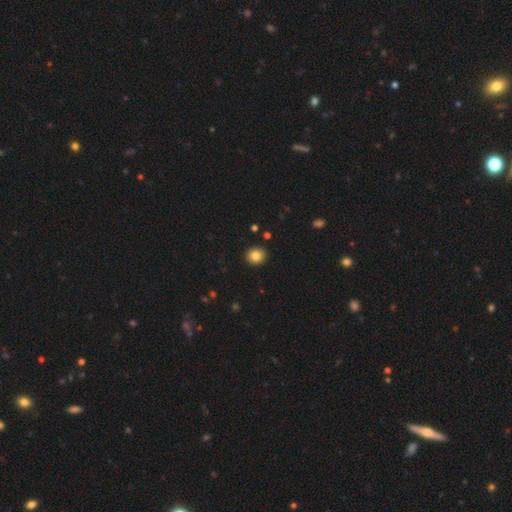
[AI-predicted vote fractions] smooth-or-featured: smooth: 83% | star or artifact: 10% | featured or disk: 7%
  how-rounded: round: 80% | in between: 19% | cigar-shaped: 1%
  merging: none: 91% | minor disturbance: 6% | major disturbance: 2% | merger: 1%